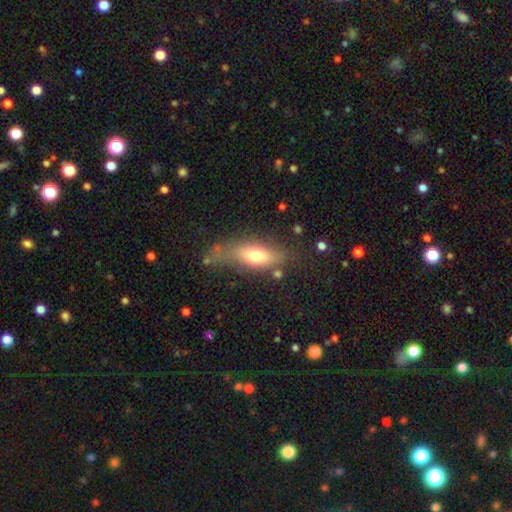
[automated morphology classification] The model was most divided on "merging": none: 55%, minor disturbance: 23%, major disturbance: 15%, merger: 6%. More confident: how rounded — in between (68%); smooth or featured — smooth (65%).